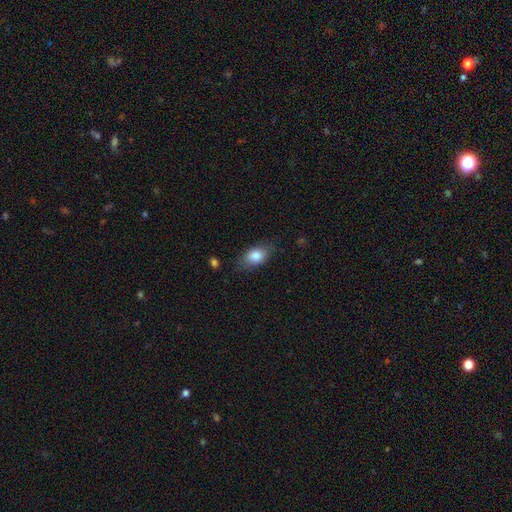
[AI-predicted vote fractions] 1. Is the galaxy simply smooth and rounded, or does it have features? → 83% smooth, 10% featured or disk, 7% star or artifact.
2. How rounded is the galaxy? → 87% in between, 10% round, 3% cigar-shaped.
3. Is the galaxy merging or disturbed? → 76% none, 18% minor disturbance, 5% major disturbance, 1% merger.